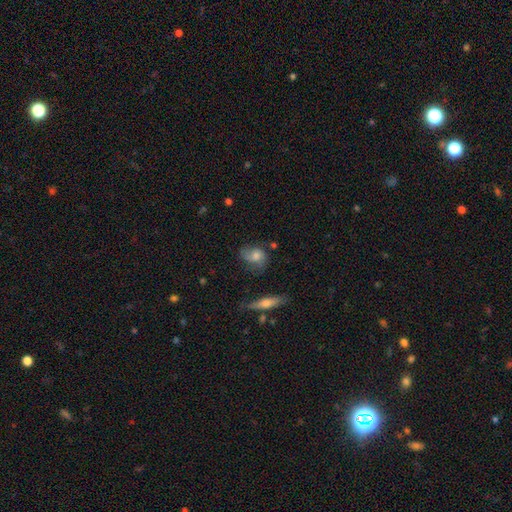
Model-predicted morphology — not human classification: Overall: smooth (45%; featured or disk 44%). Merging: none (55%; minor disturbance 26%).